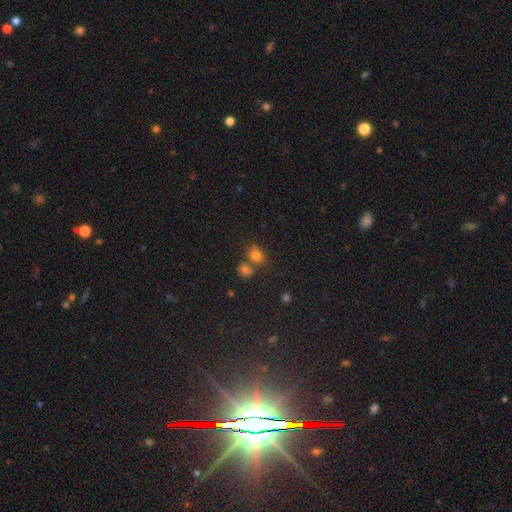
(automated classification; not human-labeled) Smooth or featured?
  - smooth: 76% *
  - star or artifact: 15%
  - featured or disk: 8%
How rounded?
  - round: 51% *
  - in between: 48%
  - cigar-shaped: 1%
Merging?
  - none: 53% *
  - merger: 32%
  - minor disturbance: 11%
  - major disturbance: 4%